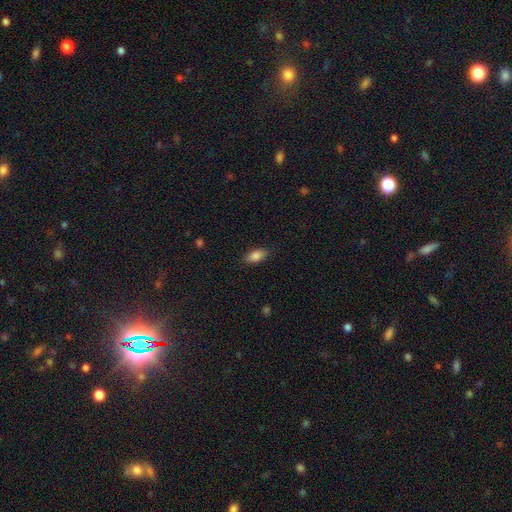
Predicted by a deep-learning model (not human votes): A smooth galaxy with no disk features (85%) that is in between round and cigar-shaped (89%).

Vote fractions:
- Smooth or featured? smooth: 85% / star or artifact: 8% / featured or disk: 7%
- How rounded? in between: 89% / cigar-shaped: 8% / round: 4%
- Merging? none: 84% / minor disturbance: 12% / major disturbance: 3% / merger: 1%